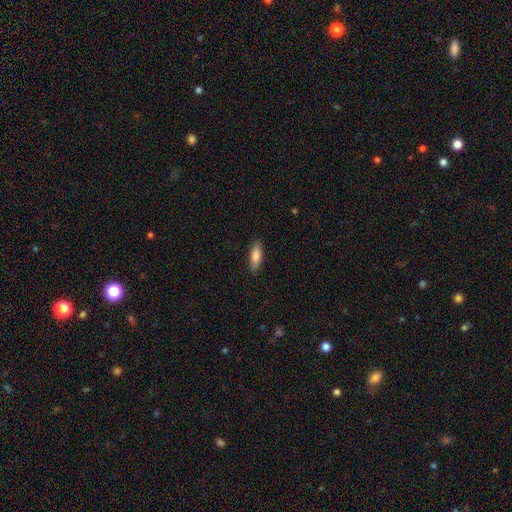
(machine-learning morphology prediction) Smooth or featured? Predicted: smooth (p=0.81). How rounded? Predicted: in between (p=0.54). Merging? Predicted: none (p=0.88).